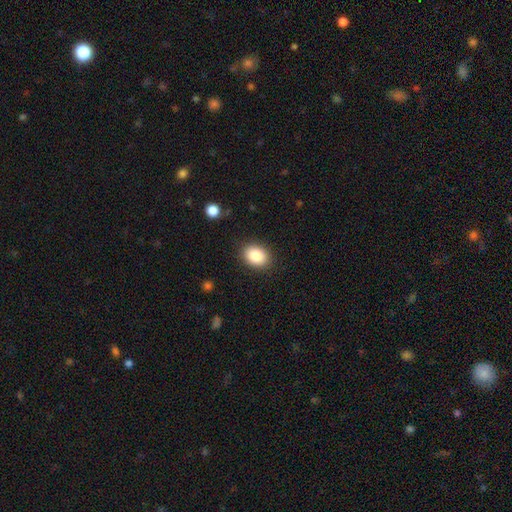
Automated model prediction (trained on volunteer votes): Smooth or featured?
  - smooth: 87% *
  - star or artifact: 8%
  - featured or disk: 5%
How rounded?
  - in between: 69% *
  - round: 30%
  - cigar-shaped: 1%
Merging?
  - none: 88% *
  - minor disturbance: 9%
  - major disturbance: 3%
  - merger: 1%